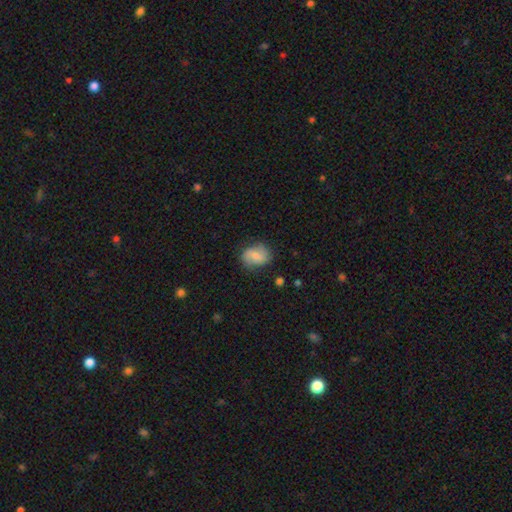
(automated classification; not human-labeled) Morphology: type=smooth (51%); roundness=in between (54%); merging=none (71%).